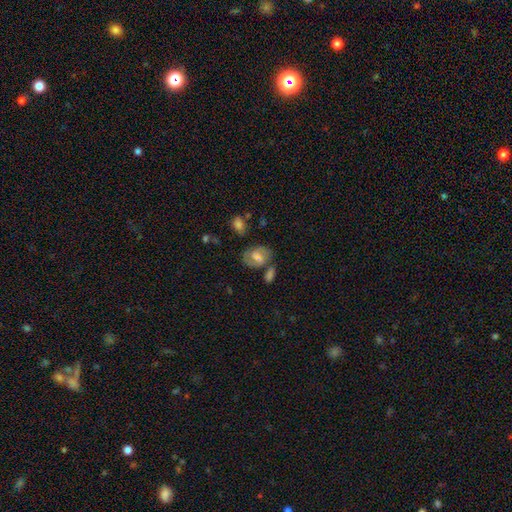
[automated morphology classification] featured or disk 54%, smooth 35%, star or artifact 10%. Down the decision tree: edge-on disk — no (96%); bar — weak (43%); spiral arms — yes (72%); bulge size — moderate (54%); merging — none (61%).